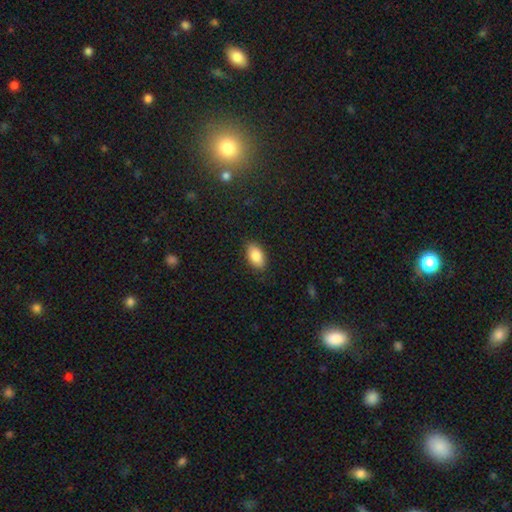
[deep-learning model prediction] smooth-or-featured: smooth: 85% | featured or disk: 8% | star or artifact: 7%
  how-rounded: in between: 92% | round: 5% | cigar-shaped: 2%
  merging: none: 86% | minor disturbance: 11% | major disturbance: 2% | merger: 1%